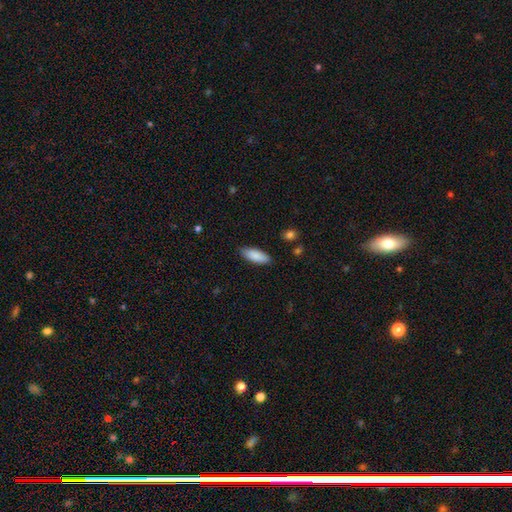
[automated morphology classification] A smooth galaxy with no disk features (87%) that is in between round and cigar-shaped (73%). Merging: none (85%).